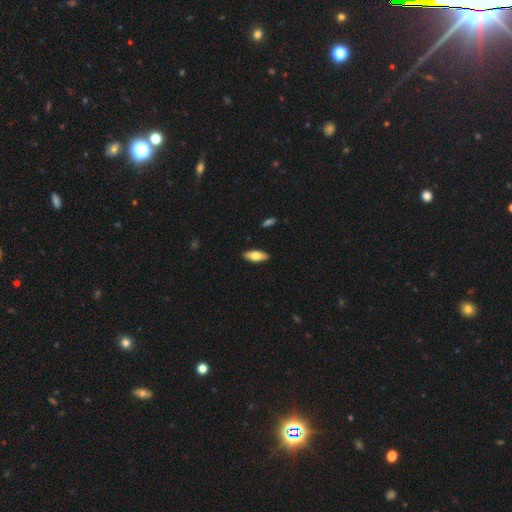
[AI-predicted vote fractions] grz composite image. It shows a smooth galaxy with no disk features (74%) that is in between round and cigar-shaped (78%). Merging: none (89%).